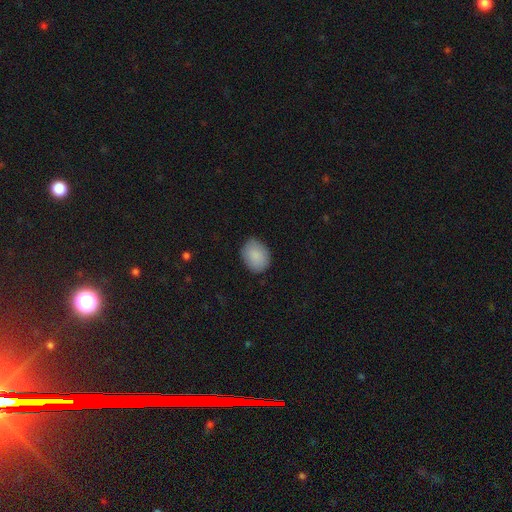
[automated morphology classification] Q: Smooth or featured?
A: smooth (88%); runner-up: star or artifact (6%)
Q: How rounded?
A: in between (60%); runner-up: round (39%)
Q: Merging?
A: none (83%); runner-up: minor disturbance (14%)